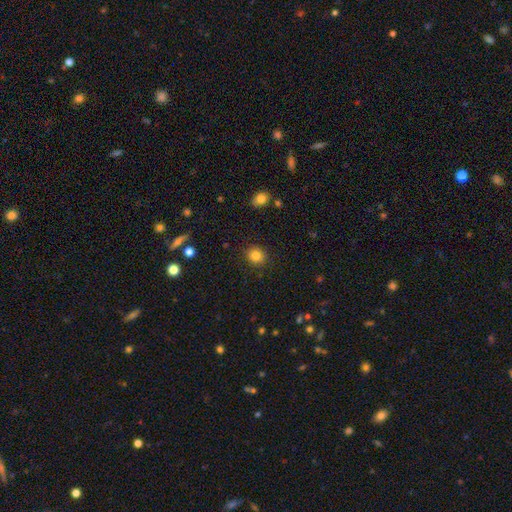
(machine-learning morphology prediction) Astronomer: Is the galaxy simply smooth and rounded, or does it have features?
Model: smooth — 83%.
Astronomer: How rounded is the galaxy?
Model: round — 83%.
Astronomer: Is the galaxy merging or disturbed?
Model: none — 89%.